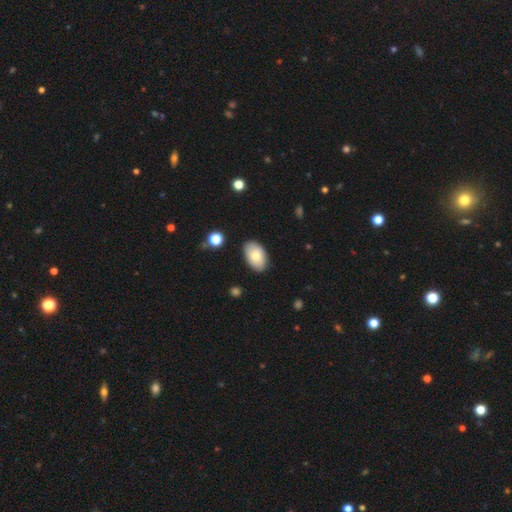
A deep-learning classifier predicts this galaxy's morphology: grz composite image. It shows a smooth galaxy with no disk features (75%) that is in between round and cigar-shaped (93%). Merging: none (84%).